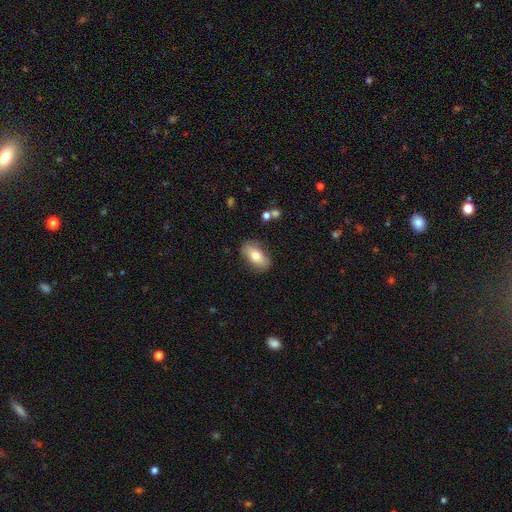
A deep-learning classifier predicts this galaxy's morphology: Smooth or featured? smooth (72%)
How rounded? in between (87%)
Merging? none (84%)